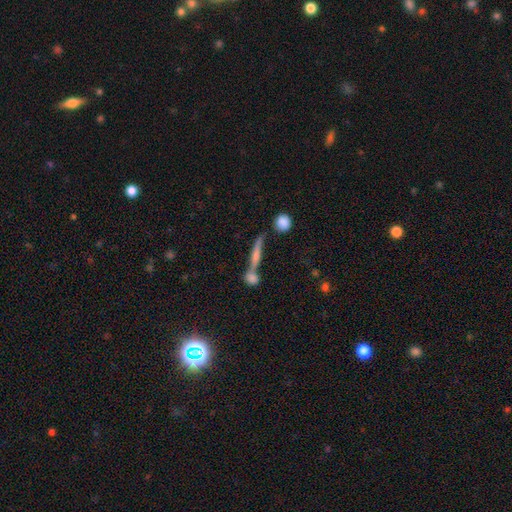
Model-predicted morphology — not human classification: featured or disk 45%, smooth 44%, star or artifact 12%. Down the decision tree: merging — none (57%).